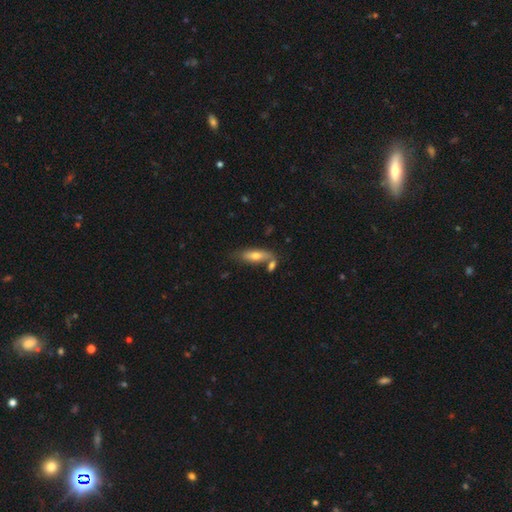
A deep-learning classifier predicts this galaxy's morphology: Overall: smooth (61%; featured or disk 32%). How rounded: in between (53%; cigar-shaped 44%). Merging: none (56%; merger 22%).